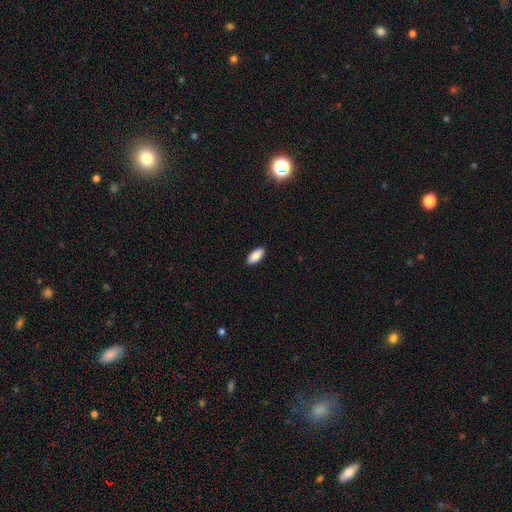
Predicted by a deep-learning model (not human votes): smooth 89%, star or artifact 6%, featured or disk 4%. Down the decision tree: how rounded — in between (91%); merging — none (89%).